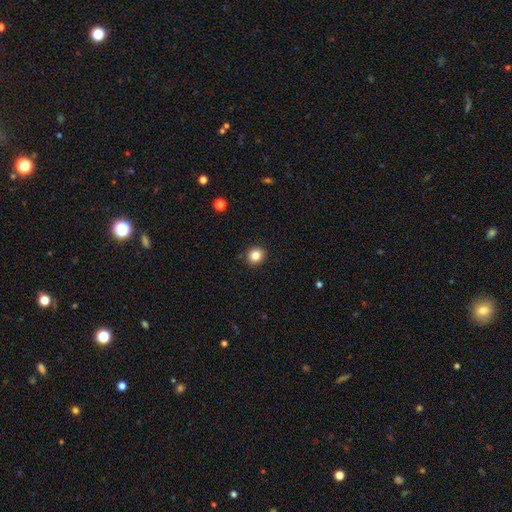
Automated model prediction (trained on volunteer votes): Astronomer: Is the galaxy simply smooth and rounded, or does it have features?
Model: smooth — 83%.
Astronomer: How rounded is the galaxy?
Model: round — 87%.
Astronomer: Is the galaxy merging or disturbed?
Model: none — 92%.